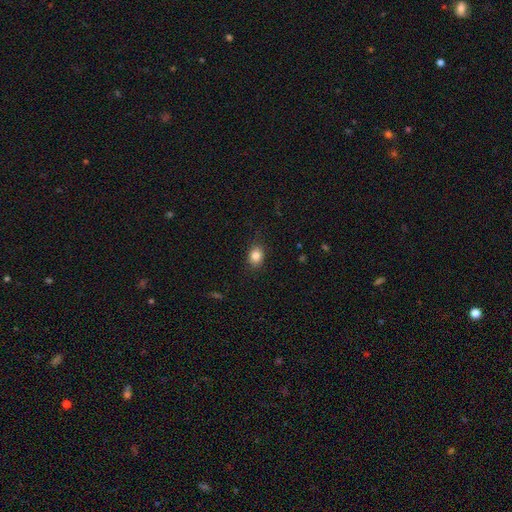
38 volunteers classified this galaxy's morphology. smooth 87%, star or artifact 8%, featured or disk 5%. Down the decision tree: how rounded — in between (58%); merging — none (83%).